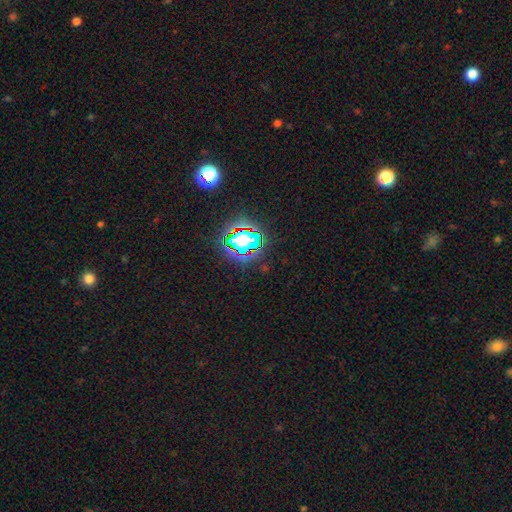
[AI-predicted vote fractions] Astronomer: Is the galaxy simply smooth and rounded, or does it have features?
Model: star or artifact — 78%.